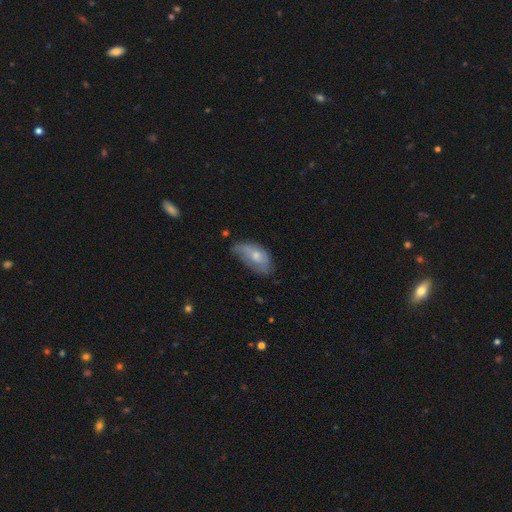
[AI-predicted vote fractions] A smooth galaxy with no disk features (59%) that is in between round and cigar-shaped (92%).

Vote fractions:
- Smooth or featured? smooth: 59% / featured or disk: 34% / star or artifact: 7%
- How rounded? in between: 92% / cigar-shaped: 4% / round: 4%
- Merging? minor disturbance: 41% / none: 40% / major disturbance: 16% / merger: 3%